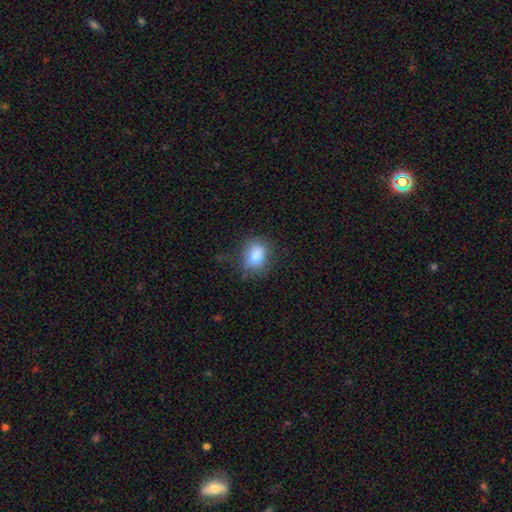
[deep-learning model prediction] This is likely a smooth galaxy (80%). How rounded: likely in between (60%). Merging: likely none (68%).